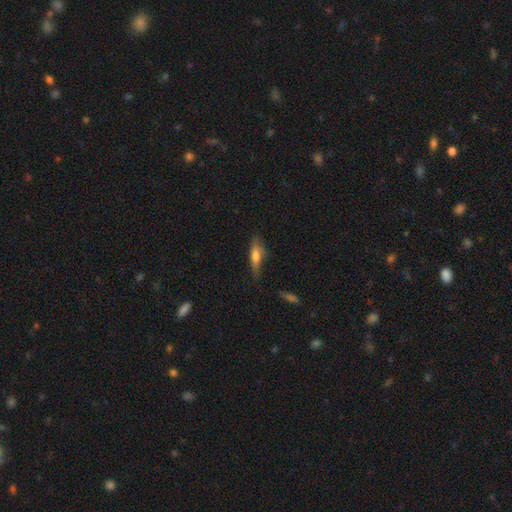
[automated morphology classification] This appears to be a smooth galaxy with no disk features (58%) that is cigar-shaped (60%). Merging: none (61%).